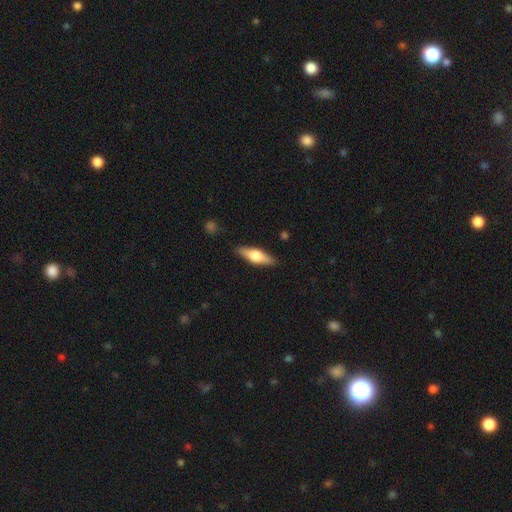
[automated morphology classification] featured or disk 50%, smooth 44%, star or artifact 6%. Down the decision tree: edge-on disk — yes (94%); merging — none (88%).